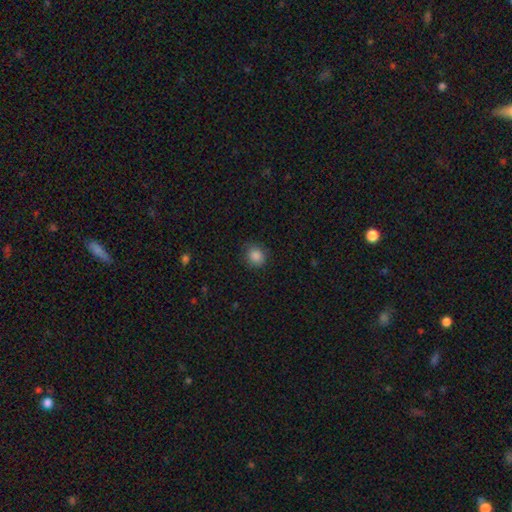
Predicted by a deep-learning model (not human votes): Smooth or featured?
  - smooth: 86% *
  - star or artifact: 11%
  - featured or disk: 3%
How rounded?
  - round: 80% *
  - in between: 19%
  - cigar-shaped: 1%
Merging?
  - none: 84% *
  - minor disturbance: 12%
  - major disturbance: 3%
  - merger: 1%